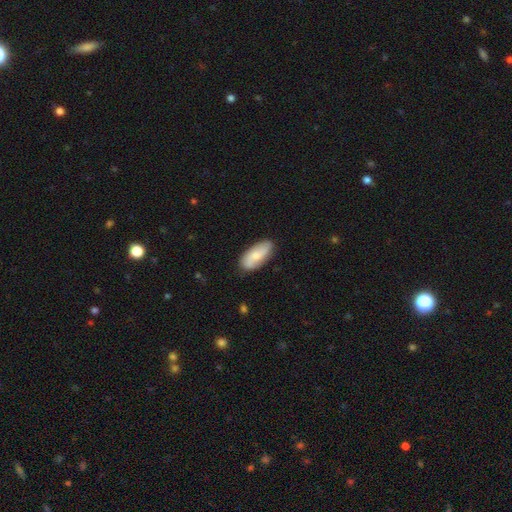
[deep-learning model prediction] A smooth galaxy with no disk features (69%) that is in between round and cigar-shaped (86%).

Vote fractions:
- Smooth or featured? smooth: 69% / featured or disk: 26% / star or artifact: 6%
- How rounded? in between: 86% / cigar-shaped: 12% / round: 2%
- Merging? none: 80% / minor disturbance: 16% / major disturbance: 3% / merger: 2%